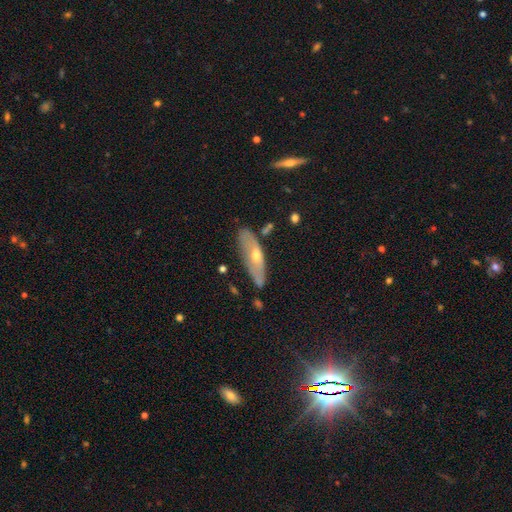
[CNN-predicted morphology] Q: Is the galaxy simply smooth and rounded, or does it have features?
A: featured or disk — 54%.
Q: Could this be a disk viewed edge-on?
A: yes — 51%.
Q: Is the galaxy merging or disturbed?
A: none — 73%.